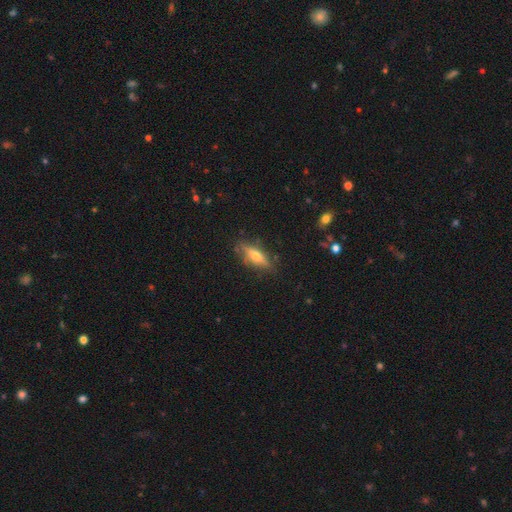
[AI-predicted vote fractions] smooth-or-featured: featured or disk: 57% | smooth: 35% | star or artifact: 8%
  disk-edge-on: yes: 90% | no: 10%
    edge-on-bulge: rounded: 88% | none: 6% | boxy: 6%
  merging: none: 82% | minor disturbance: 13% | major disturbance: 3% | merger: 1%